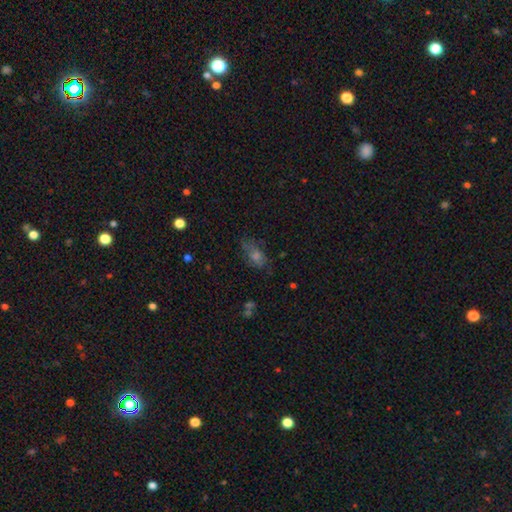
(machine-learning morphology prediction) smooth 47%, featured or disk 28%, star or artifact 24%. Down the decision tree: merging — none (69%).